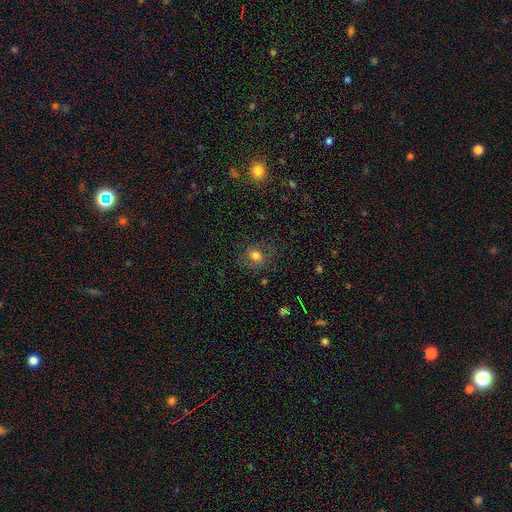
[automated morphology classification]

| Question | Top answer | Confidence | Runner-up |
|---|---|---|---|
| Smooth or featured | smooth | 68% | star or artifact (16%) |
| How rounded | round | 64% | in between (35%) |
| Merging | none | 73% | minor disturbance (16%) |